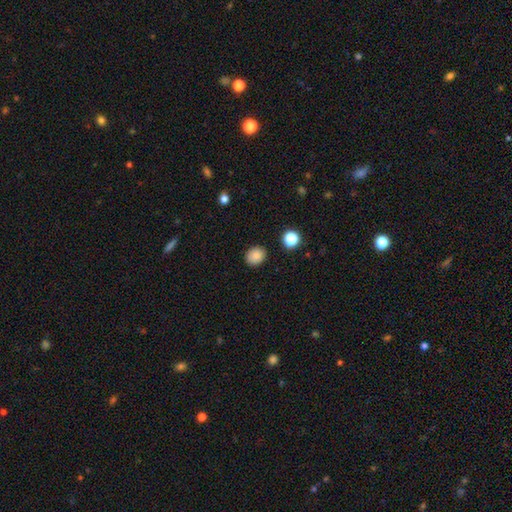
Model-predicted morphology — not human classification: Smooth or featured? smooth (86%)
How rounded? round (61%)
Merging? none (87%)